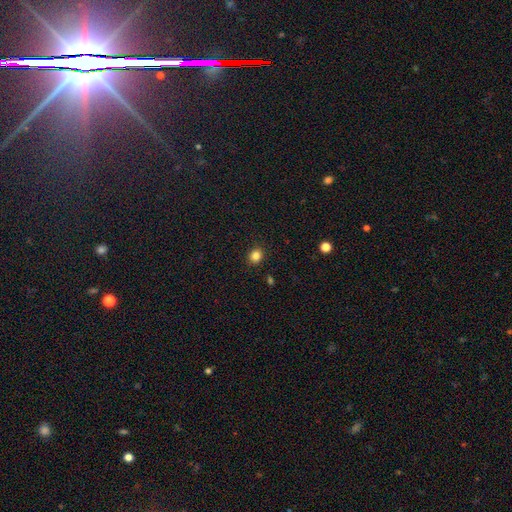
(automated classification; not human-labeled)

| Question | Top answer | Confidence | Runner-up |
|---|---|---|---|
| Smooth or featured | smooth | 84% | star or artifact (12%) |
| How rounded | round | 76% | in between (23%) |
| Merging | none | 90% | minor disturbance (7%) |